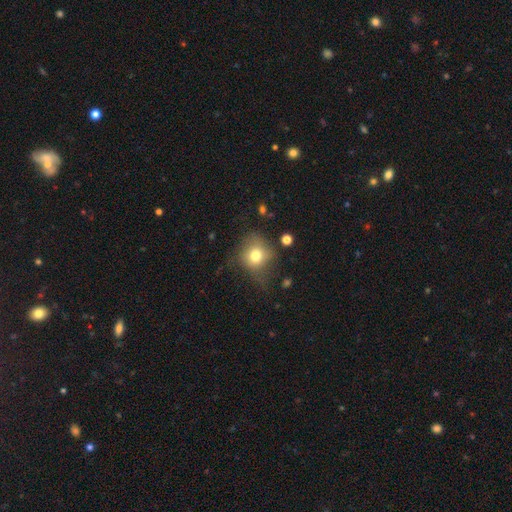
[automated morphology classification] A smooth galaxy with no disk features (73%) that is round (76%). Merging: none (53%).